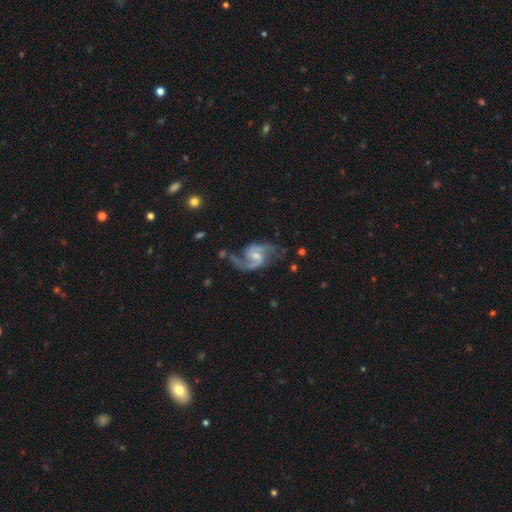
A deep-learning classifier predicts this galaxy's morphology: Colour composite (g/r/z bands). It shows a featured or disk galaxy (91%) with a weak bar (56%), 2 (92%) medium (51%) spiral arms (98%) and a small central bulge (52%). Merging: none (66%).